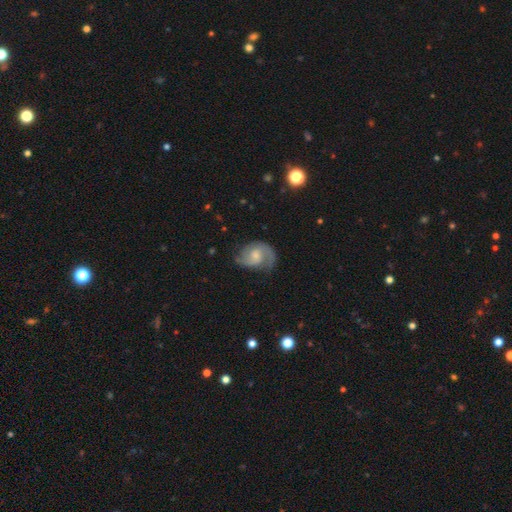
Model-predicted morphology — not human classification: Smooth or featured?
  - featured or disk: 75% *
  - smooth: 19%
  - star or artifact: 6%
Edge-on disk?
  - no: 98% *
  - yes: 2%
Bar?
  - no: 55% *
  - weak: 40%
  - strong: 5%
Spiral arms?
  - yes: 94% *
  - no: 6%
Spiral winding?
  - medium: 49% *
  - tight: 27%
  - loose: 24%
Spiral arm count?
  - 2: 75% *
  - 1: 14%
  - can't tell: 7%
  - 3: 2%
  - 4: 1%
  - more than 4: 1%
Bulge size?
  - small: 43% *
  - moderate: 42%
  - none: 9%
  - large: 5%
  - dominant: 1%
Merging?
  - none: 60% *
  - minor disturbance: 25%
  - major disturbance: 14%
  - merger: 2%